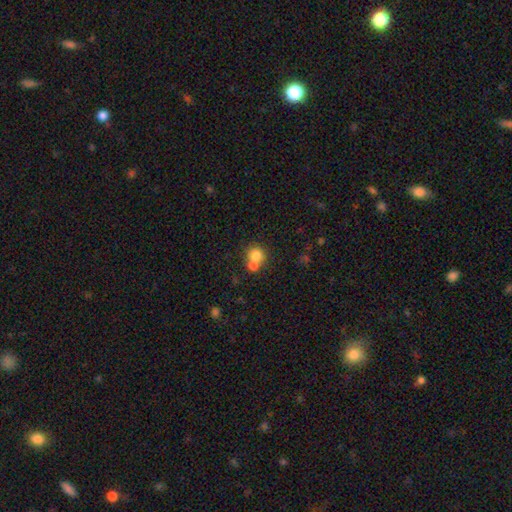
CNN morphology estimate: smooth 78%, featured or disk 11%, star or artifact 11%. Down the decision tree: how rounded — round (88%); merging — merger (48%).